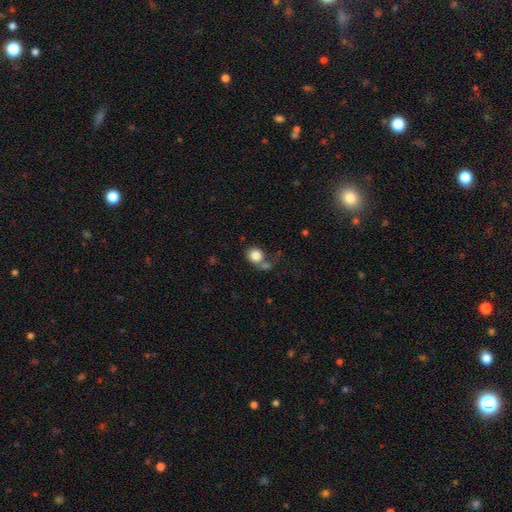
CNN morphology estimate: smooth-or-featured: smooth: 84% | star or artifact: 9% | featured or disk: 8%
  how-rounded: round: 80% | in between: 19% | cigar-shaped: 1%
  merging: none: 48% | merger: 28% | minor disturbance: 13% | major disturbance: 10%